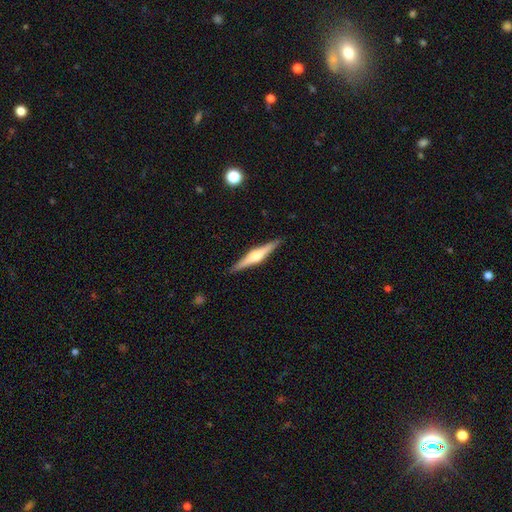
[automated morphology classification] featured or disk 76%, smooth 19%, star or artifact 5%. Down the decision tree: edge-on disk — yes (98%); edge-on bulge — rounded (90%); merging — none (91%).